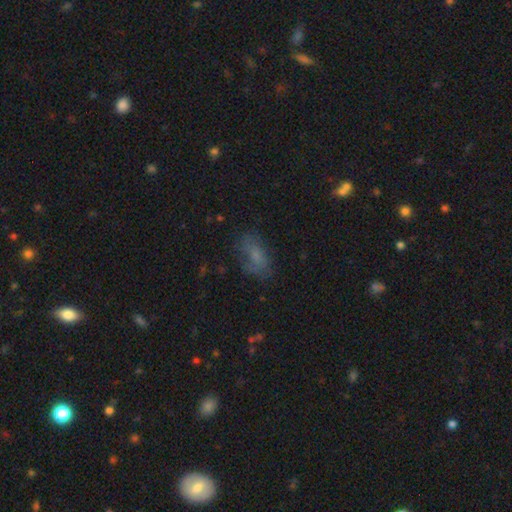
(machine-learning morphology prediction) Overall: smooth (62%; featured or disk 22%). How rounded: in between (85%). Merging: none (60%; minor disturbance 23%).